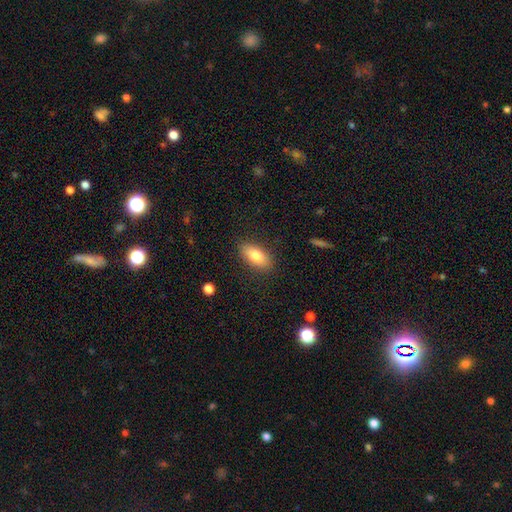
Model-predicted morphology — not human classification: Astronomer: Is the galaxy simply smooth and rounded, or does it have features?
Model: smooth — 80%.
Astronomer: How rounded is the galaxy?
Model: in between — 87%.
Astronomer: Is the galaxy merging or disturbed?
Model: none — 87%.